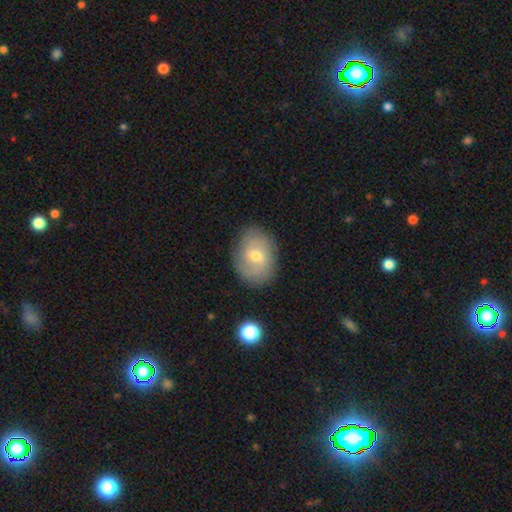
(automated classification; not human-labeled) Smooth or featured? featured or disk (46%)
Merging? none (81%)